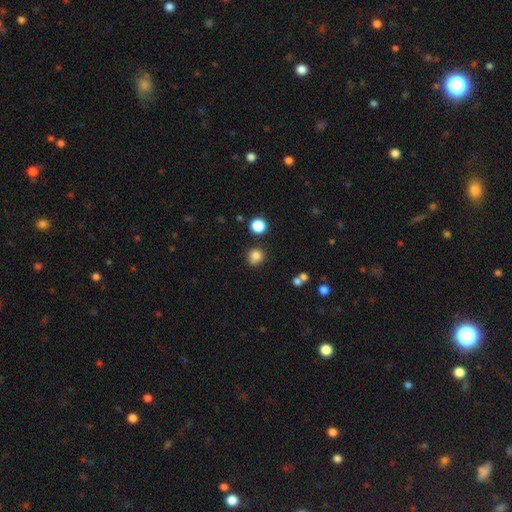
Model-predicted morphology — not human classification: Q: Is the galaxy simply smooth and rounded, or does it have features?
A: smooth — 82%.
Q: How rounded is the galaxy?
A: round — 84%.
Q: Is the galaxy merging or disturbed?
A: none — 73%.